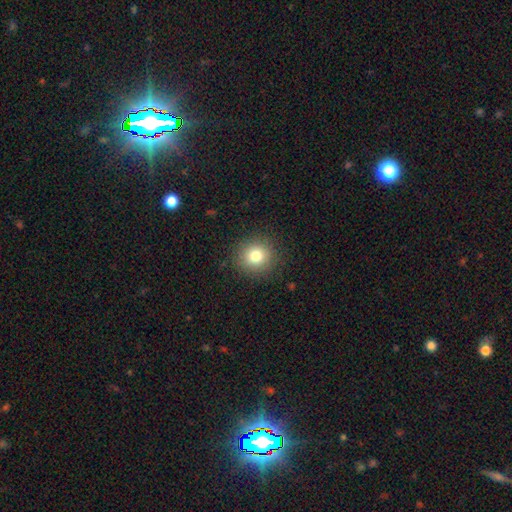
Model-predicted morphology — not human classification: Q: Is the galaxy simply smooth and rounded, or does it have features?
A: smooth — 80%.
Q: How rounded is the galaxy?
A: round — 90%.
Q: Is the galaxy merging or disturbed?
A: none — 90%.